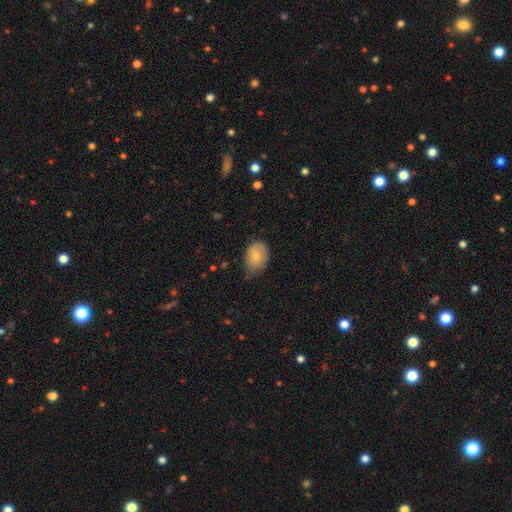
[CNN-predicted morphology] Overall: smooth (78%). How rounded: in between (79%). Merging: none (58%; minor disturbance 34%).